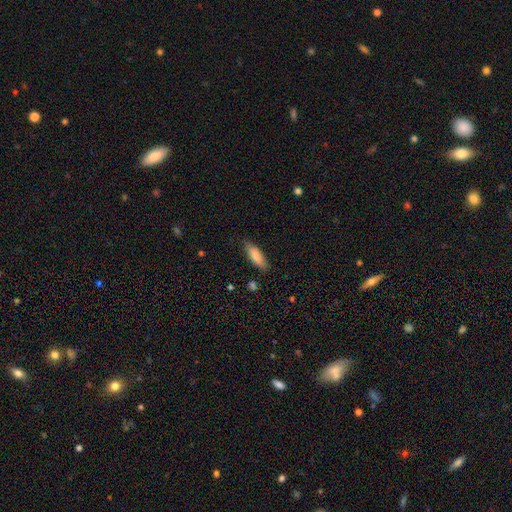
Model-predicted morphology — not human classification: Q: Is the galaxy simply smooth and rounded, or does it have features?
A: smooth — 84%.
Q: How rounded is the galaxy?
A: in between — 61%.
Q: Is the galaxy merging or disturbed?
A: none — 82%.